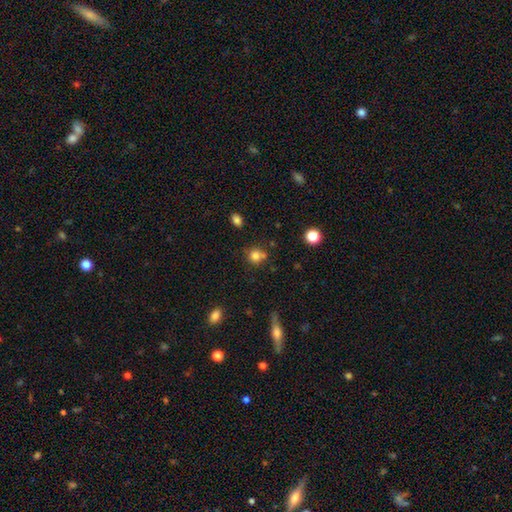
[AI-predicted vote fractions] Smooth or featured? Predicted: smooth (p=0.78). How rounded? Predicted: round (p=0.83). Merging? Predicted: none (p=0.58).